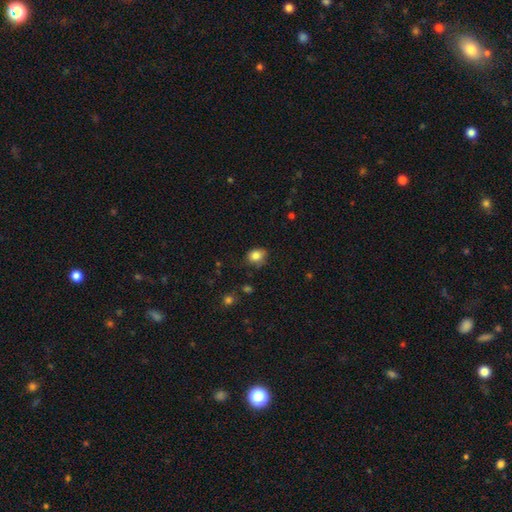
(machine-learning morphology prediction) This is clearly a smooth galaxy (83%). How rounded: possibly round (55%). Merging: likely none (66%).